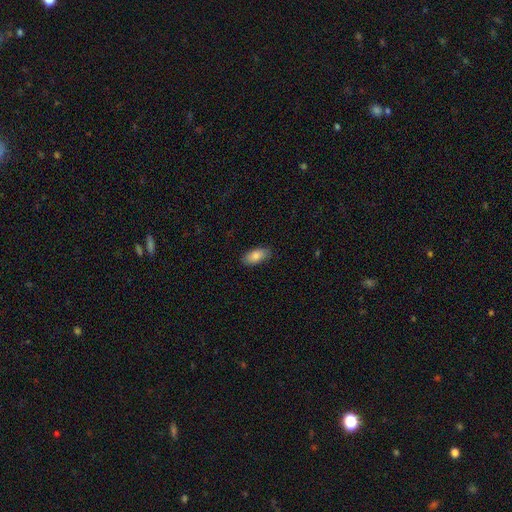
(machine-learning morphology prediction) A smooth galaxy with no disk features (84%) that is in between round and cigar-shaped (91%).

Vote fractions:
- Smooth or featured? smooth: 84% / featured or disk: 9% / star or artifact: 6%
- How rounded? in between: 91% / cigar-shaped: 7% / round: 2%
- Merging? none: 87% / minor disturbance: 10% / major disturbance: 2% / merger: 1%